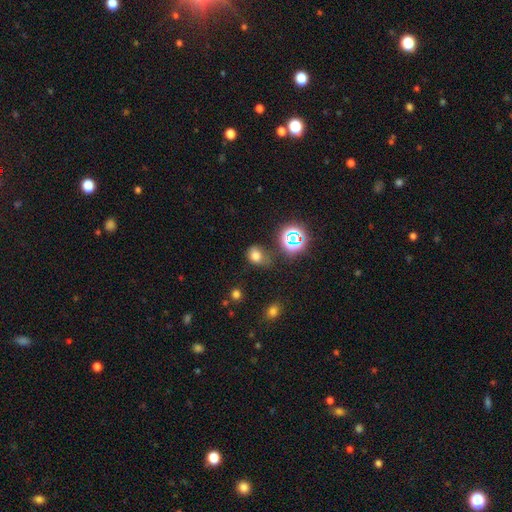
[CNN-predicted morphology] This is likely a smooth galaxy (69%). How rounded: likely in between (61%). Merging: possibly none (54%).